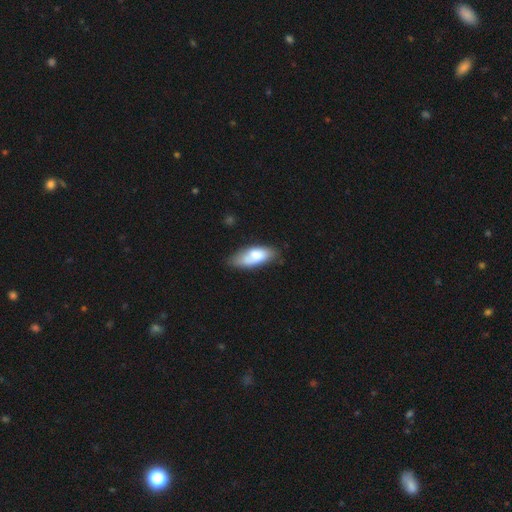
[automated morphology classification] A smooth galaxy with no disk features (73%) that is in between round and cigar-shaped (79%).

Vote fractions:
- Smooth or featured? smooth: 73% / featured or disk: 21% / star or artifact: 6%
- How rounded? in between: 79% / cigar-shaped: 19% / round: 2%
- Merging? none: 59% / minor disturbance: 28% / major disturbance: 7% / merger: 5%